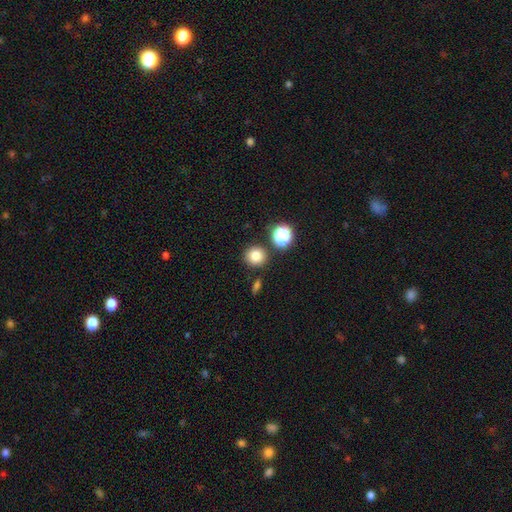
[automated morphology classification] smooth_or_featured: smooth (p=0.79) [alt: star or artifact p=0.14]
how_rounded: round (p=0.91) [alt: in between p=0.08]
merging: none (p=0.84) [alt: minor disturbance p=0.07]